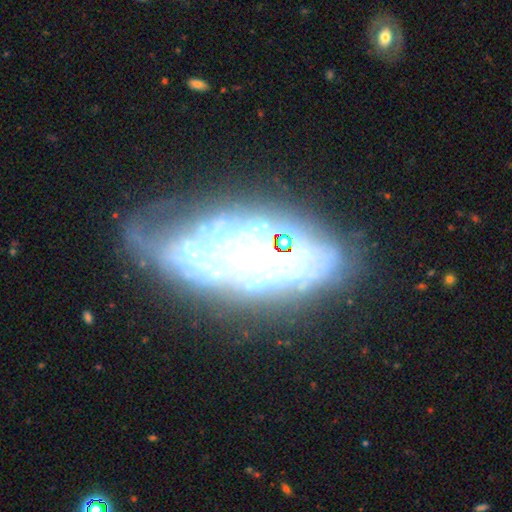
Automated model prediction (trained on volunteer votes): A featured or disk galaxy (77%) with no bar (75%), spiral arms (55%) and a moderate central bulge (35%).

Vote fractions:
- Smooth or featured? featured or disk: 77% / smooth: 12% / star or artifact: 11%
- Edge-on disk? no: 84% / yes: 16%
- Bar? no: 75% / weak: 15% / strong: 10%
- Spiral arms? yes: 55% / no: 45%
- Bulge size? moderate: 35% / small: 23% / large: 21% / none: 14% / dominant: 6%
- Merging? none: 53% / minor disturbance: 25% / major disturbance: 18% / merger: 4%